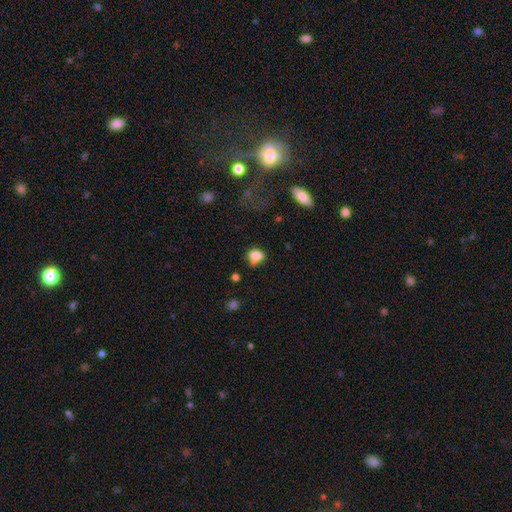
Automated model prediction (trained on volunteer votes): This appears to be a smooth galaxy with no disk features (78%) that is in between round and cigar-shaped (64%). Merging: none (44%).